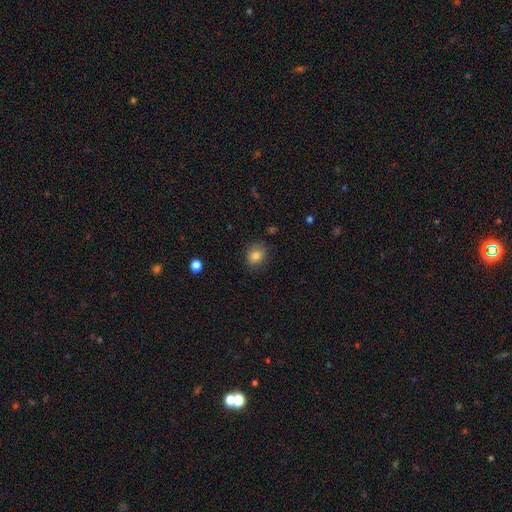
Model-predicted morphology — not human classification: Smooth or featured? smooth (81%)
How rounded? round (61%)
Merging? none (82%)